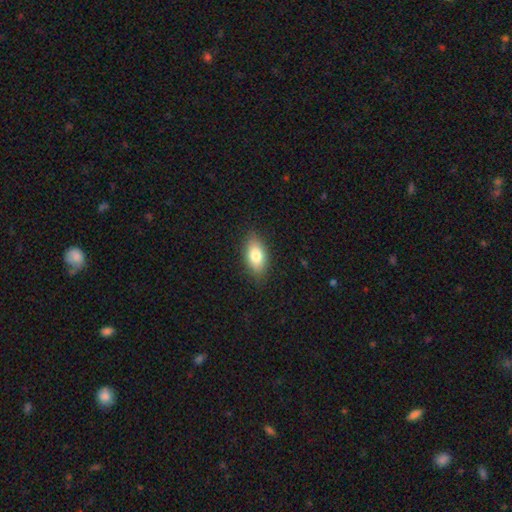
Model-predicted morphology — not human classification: type=smooth (79%); roundness=in between (88%); merging=none (85%).